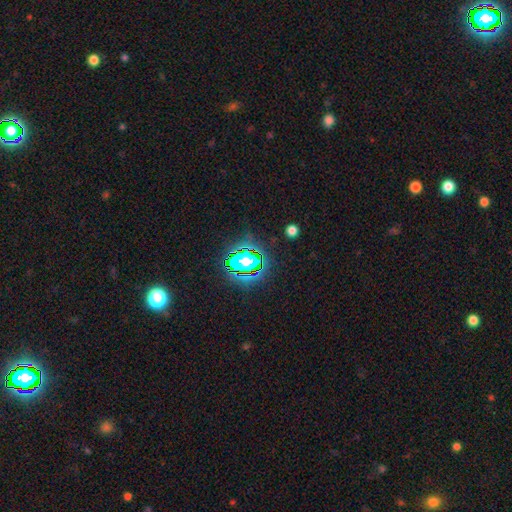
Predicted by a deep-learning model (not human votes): Smooth or featured?
  - star or artifact: 78% *
  - smooth: 14%
  - featured or disk: 8%